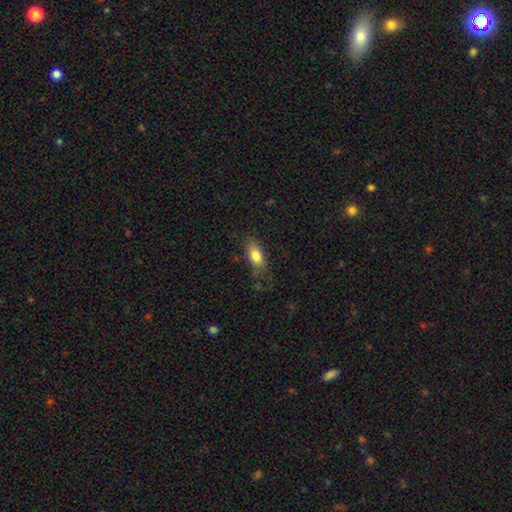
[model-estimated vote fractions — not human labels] Overall: smooth (79%). How rounded: in between (82%). Merging: none (66%).